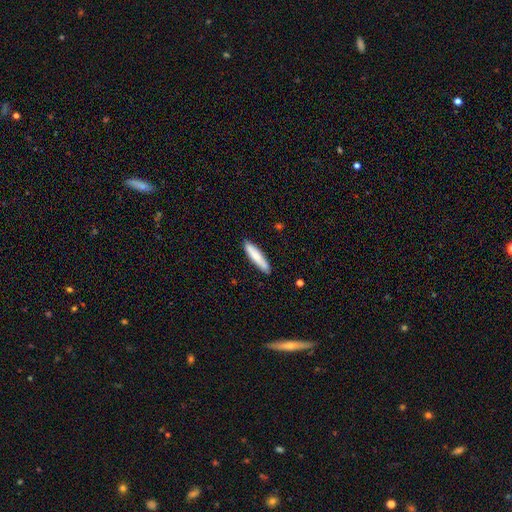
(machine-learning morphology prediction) The model was most divided on "smooth or featured": smooth: 80%, featured or disk: 15%, star or artifact: 5%. More confident: merging — none (87%); how rounded — cigar-shaped (85%).